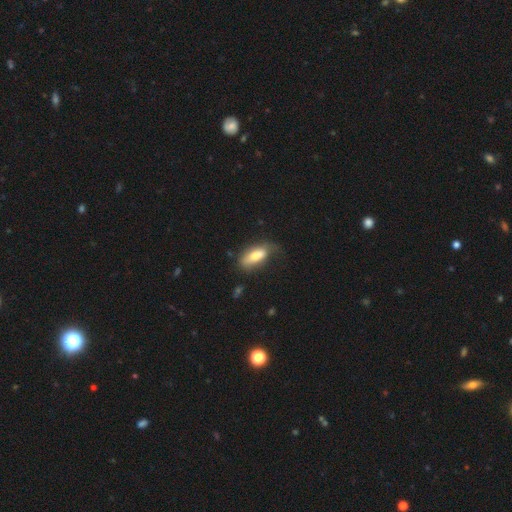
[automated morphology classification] Smooth or featured? Predicted: smooth (p=0.70). How rounded? Predicted: in between (p=0.80). Merging? Predicted: none (p=0.51).